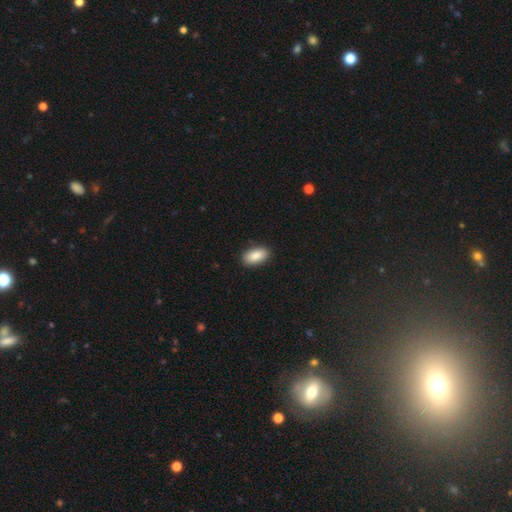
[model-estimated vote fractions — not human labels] Overall: smooth (88%). How rounded: in between (93%). Merging: none (89%).